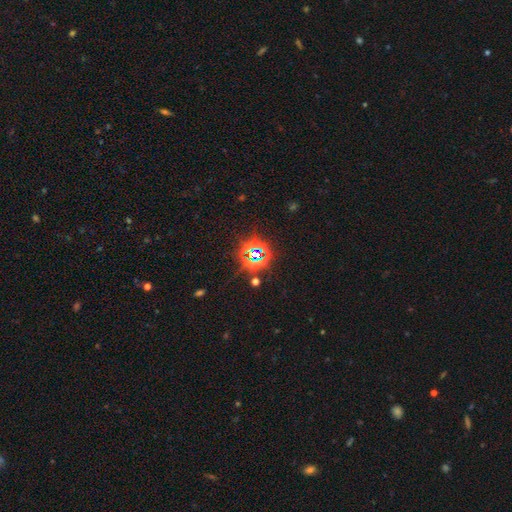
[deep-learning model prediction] This is likely a star or artifact rather than a galaxy (78%).